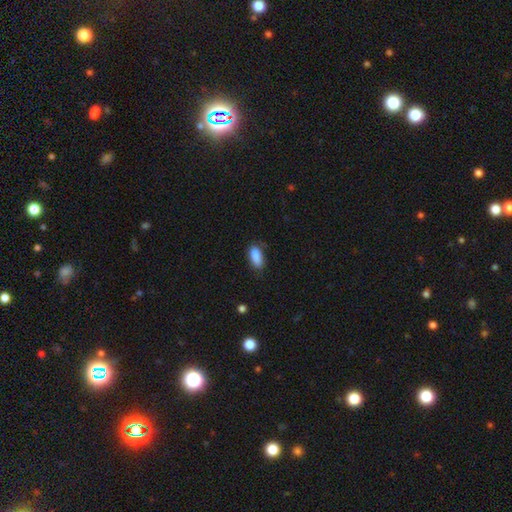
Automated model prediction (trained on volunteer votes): Smooth or featured: smooth — 87% (star or artifact — 7%)
How rounded: in between — 81% (cigar-shaped — 16%)
Merging: none — 70% (minor disturbance — 23%)